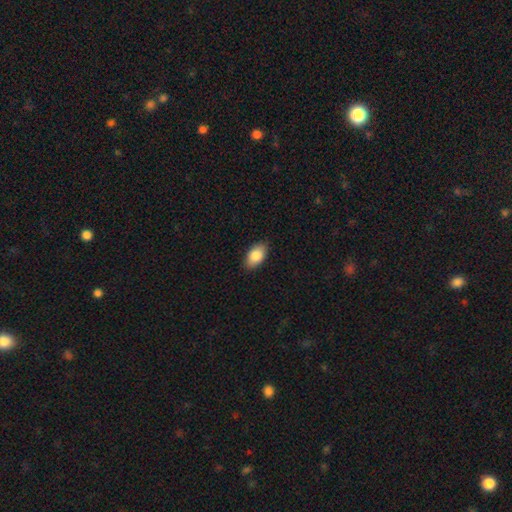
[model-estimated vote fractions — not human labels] Smooth or featured?
  - smooth: 85% *
  - featured or disk: 8%
  - star or artifact: 7%
How rounded?
  - in between: 93% *
  - round: 5%
  - cigar-shaped: 2%
Merging?
  - none: 87% *
  - minor disturbance: 10%
  - major disturbance: 2%
  - merger: 1%